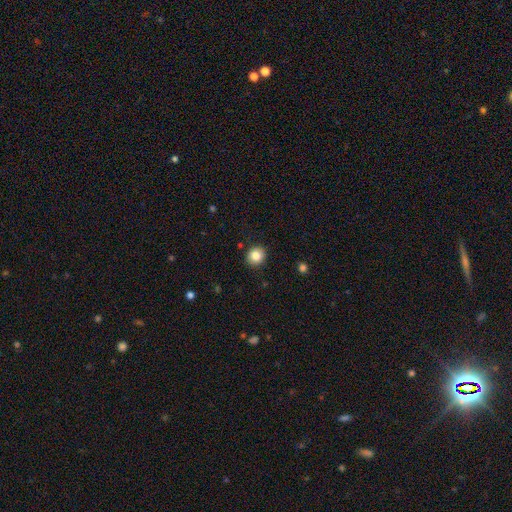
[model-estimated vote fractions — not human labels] Overall: smooth (84%). How rounded: round (83%). Merging: none (90%).